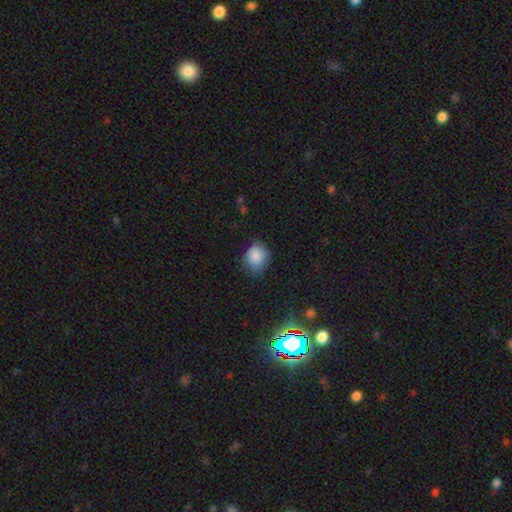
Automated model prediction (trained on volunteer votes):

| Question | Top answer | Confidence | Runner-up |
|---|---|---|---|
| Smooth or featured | smooth | 85% | star or artifact (9%) |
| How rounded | round | 54% | in between (45%) |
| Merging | none | 58% | minor disturbance (32%) |